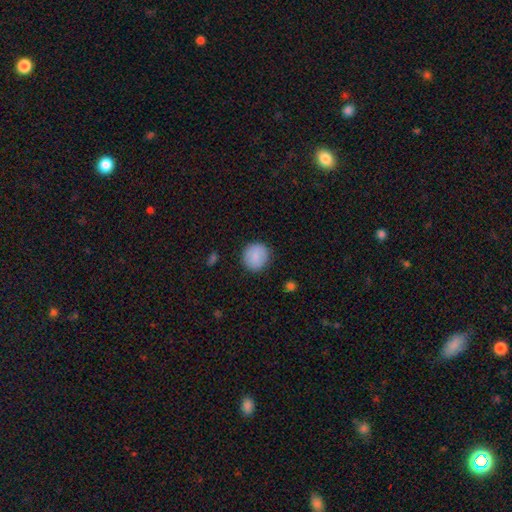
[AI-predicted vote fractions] smooth-or-featured: smooth: 86% | featured or disk: 7% | star or artifact: 7%
  how-rounded: round: 91% | in between: 8% | cigar-shaped: 1%
  merging: none: 88% | minor disturbance: 9% | major disturbance: 2% | merger: 1%